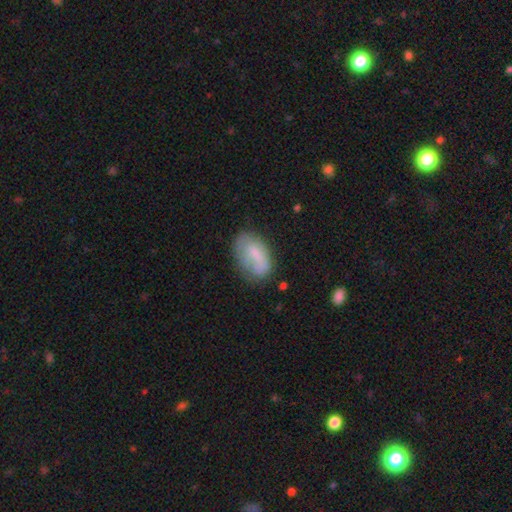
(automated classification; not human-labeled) smooth_or_featured: smooth (p=0.66) [alt: featured or disk p=0.26]
how_rounded: in between (p=0.91) [alt: round p=0.07]
merging: none (p=0.54) [alt: minor disturbance p=0.30]